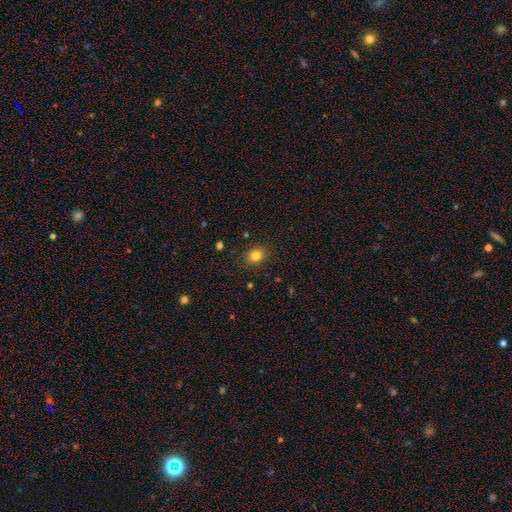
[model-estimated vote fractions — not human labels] Smooth or featured?
  - smooth: 82% *
  - star or artifact: 11%
  - featured or disk: 7%
How rounded?
  - round: 61% *
  - in between: 38%
  - cigar-shaped: 1%
Merging?
  - none: 88% *
  - minor disturbance: 9%
  - major disturbance: 2%
  - merger: 1%